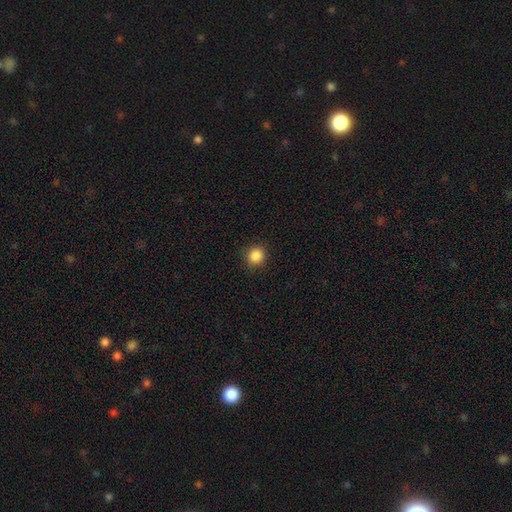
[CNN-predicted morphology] This is clearly a smooth galaxy (87%). How rounded: clearly round (90%). Merging: clearly none (90%).